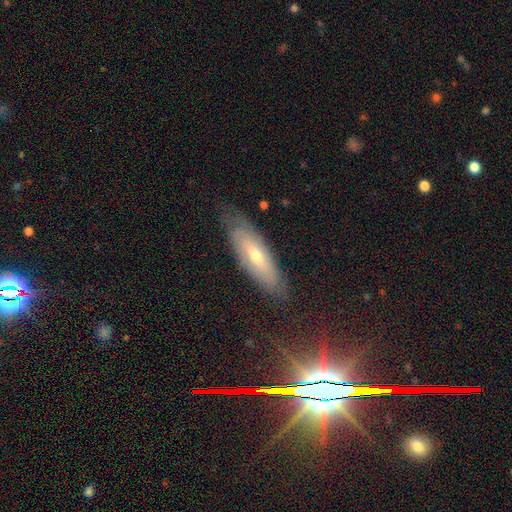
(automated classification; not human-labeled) Smooth or featured: featured or disk — 55% (smooth — 33%)
Edge-on disk: no — 64% (yes — 36%)
Merging: none — 74% (minor disturbance — 20%)